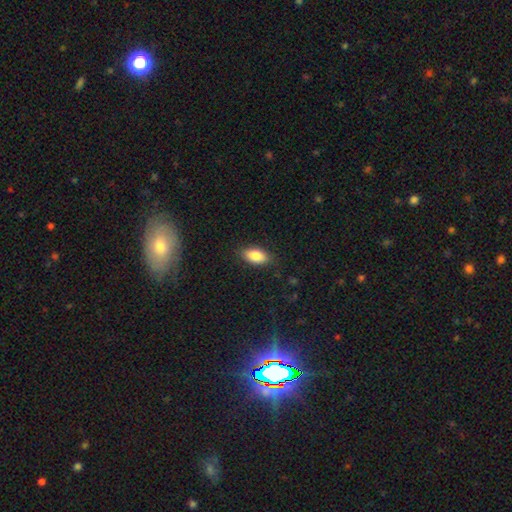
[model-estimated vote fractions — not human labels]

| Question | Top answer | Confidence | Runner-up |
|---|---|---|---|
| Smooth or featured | smooth | 83% | featured or disk (9%) |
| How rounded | in between | 90% | cigar-shaped (6%) |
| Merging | none | 86% | minor disturbance (10%) |